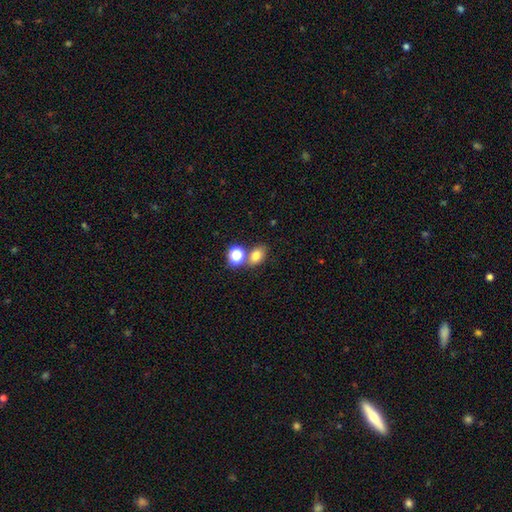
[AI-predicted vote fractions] smooth_or_featured: smooth (p=0.76) [alt: star or artifact p=0.15]
how_rounded: in between (p=0.63) [alt: round p=0.36]
merging: none (p=0.61) [alt: merger p=0.25]